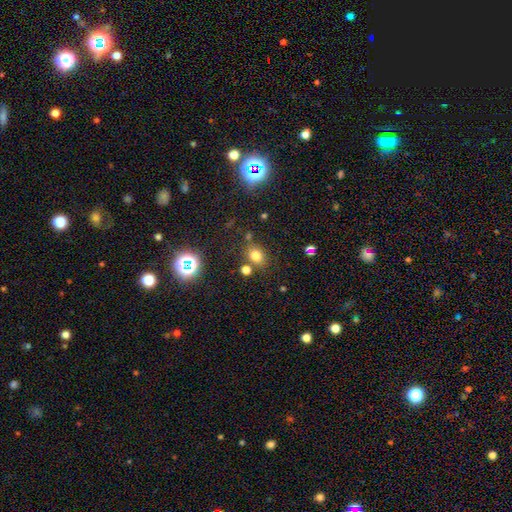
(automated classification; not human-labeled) Smooth or featured? smooth (72%)
How rounded? round (50%)
Merging? none (73%)